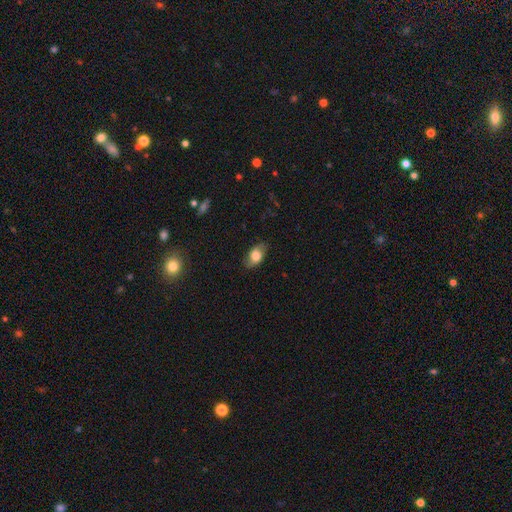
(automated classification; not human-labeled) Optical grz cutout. It shows a smooth galaxy with no disk features (71%) that is in between round and cigar-shaped (88%). Merging: none (79%).